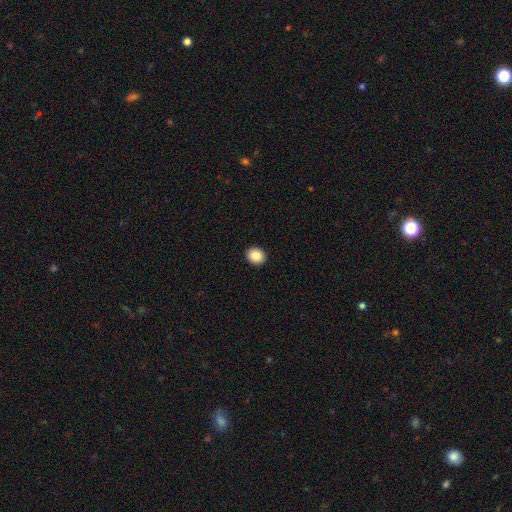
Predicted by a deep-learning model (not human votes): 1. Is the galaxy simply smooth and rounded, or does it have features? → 87% smooth, 8% star or artifact, 4% featured or disk.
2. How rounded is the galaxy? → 71% round, 28% in between, 1% cigar-shaped.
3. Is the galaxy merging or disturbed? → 93% none, 5% minor disturbance, 1% major disturbance, 1% merger.